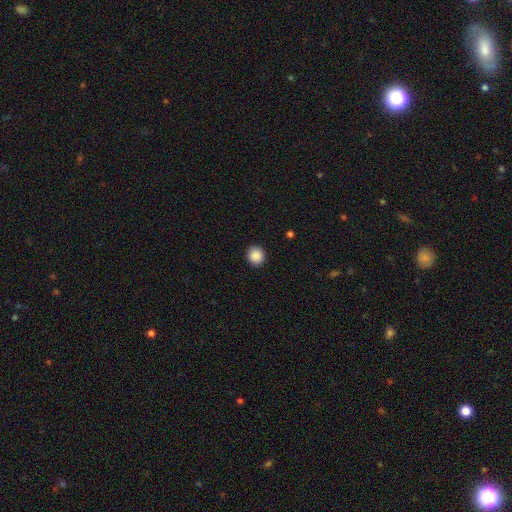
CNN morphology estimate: A smooth galaxy with no disk features (89%) that is round (85%).

Vote fractions:
- Smooth or featured? smooth: 89% / star or artifact: 9% / featured or disk: 3%
- How rounded? round: 85% / in between: 15% / cigar-shaped: 1%
- Merging? none: 92% / minor disturbance: 5% / major disturbance: 2% / merger: 1%